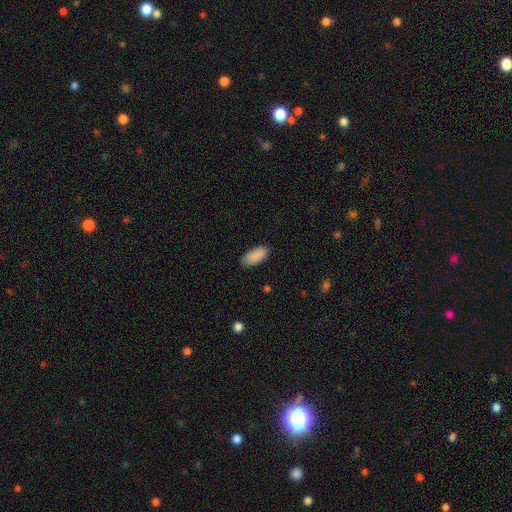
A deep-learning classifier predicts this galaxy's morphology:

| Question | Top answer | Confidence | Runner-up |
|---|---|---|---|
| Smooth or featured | smooth | 90% | star or artifact (6%) |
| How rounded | in between | 92% | cigar-shaped (6%) |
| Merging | none | 86% | minor disturbance (10%) |